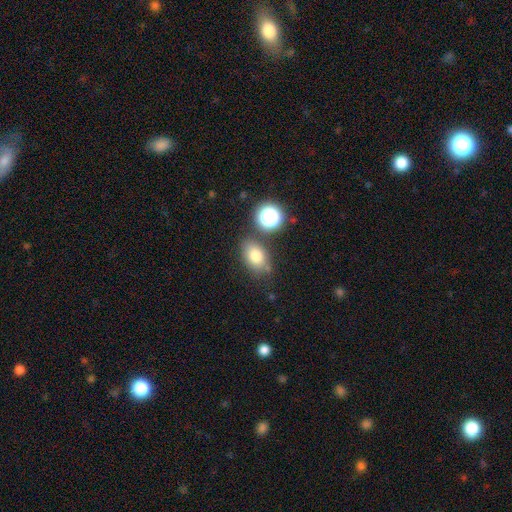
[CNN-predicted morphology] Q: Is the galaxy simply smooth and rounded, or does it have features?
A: smooth — 76%.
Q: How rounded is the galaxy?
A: in between — 73%.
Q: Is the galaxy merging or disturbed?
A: none — 71%.